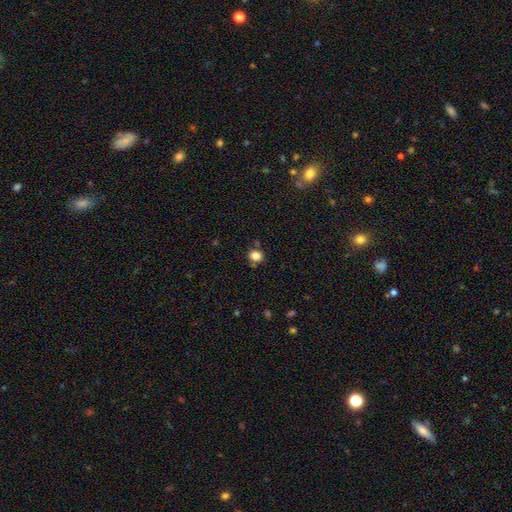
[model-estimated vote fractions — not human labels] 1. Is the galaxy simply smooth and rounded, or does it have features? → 84% smooth, 12% star or artifact, 5% featured or disk.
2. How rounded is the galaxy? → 73% round, 26% in between, 1% cigar-shaped.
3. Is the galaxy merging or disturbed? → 81% none, 11% minor disturbance, 6% merger, 3% major disturbance.